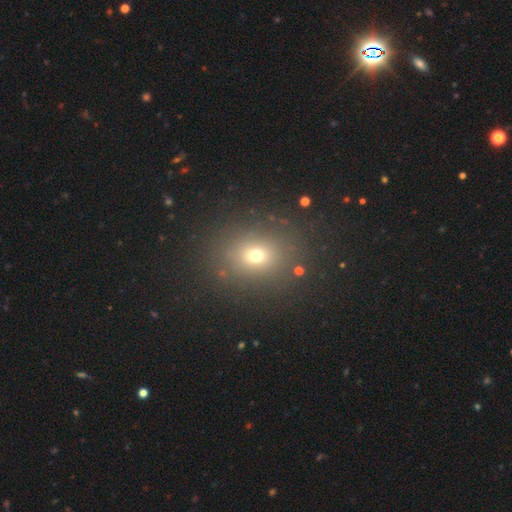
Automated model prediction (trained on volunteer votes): smooth 68%, star or artifact 21%, featured or disk 11%. Down the decision tree: how rounded — round (62%); merging — none (83%).